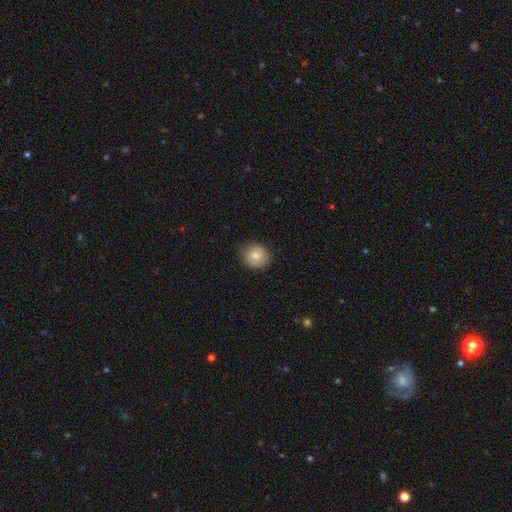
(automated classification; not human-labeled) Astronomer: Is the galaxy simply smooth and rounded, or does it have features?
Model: smooth — 80%.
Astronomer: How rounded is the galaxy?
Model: round — 82%.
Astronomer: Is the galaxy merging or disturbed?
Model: none — 85%.